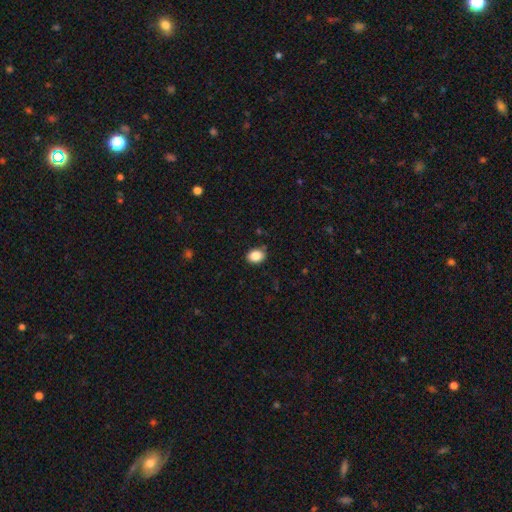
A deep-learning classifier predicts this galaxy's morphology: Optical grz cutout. It shows a smooth galaxy with no disk features (87%) that is in between round and cigar-shaped (61%). Merging: none (86%).